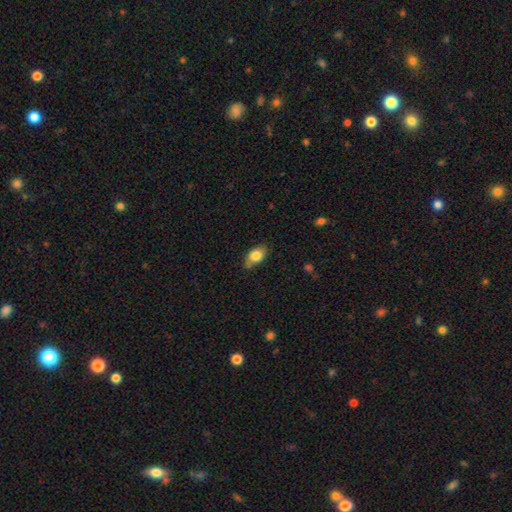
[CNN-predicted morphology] A smooth galaxy with no disk features (80%) that is in between round and cigar-shaped (88%).

Vote fractions:
- Smooth or featured? smooth: 80% / featured or disk: 12% / star or artifact: 7%
- How rounded? in between: 88% / round: 10% / cigar-shaped: 2%
- Merging? none: 67% / minor disturbance: 26% / major disturbance: 5% / merger: 2%